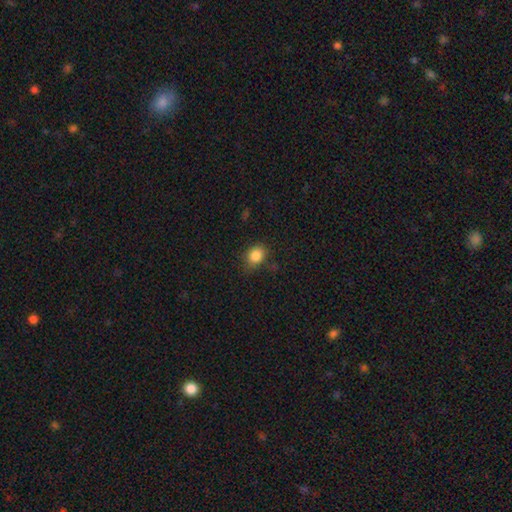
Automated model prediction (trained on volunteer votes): Smooth or featured: smooth — 85% (star or artifact — 10%)
How rounded: in between — 50% (round — 49%)
Merging: none — 71% (minor disturbance — 22%)